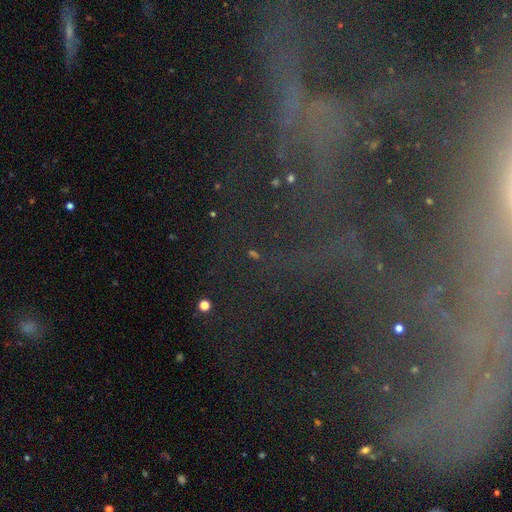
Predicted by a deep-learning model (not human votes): smooth_or_featured: star or artifact (p=0.69) [alt: featured or disk p=0.18]